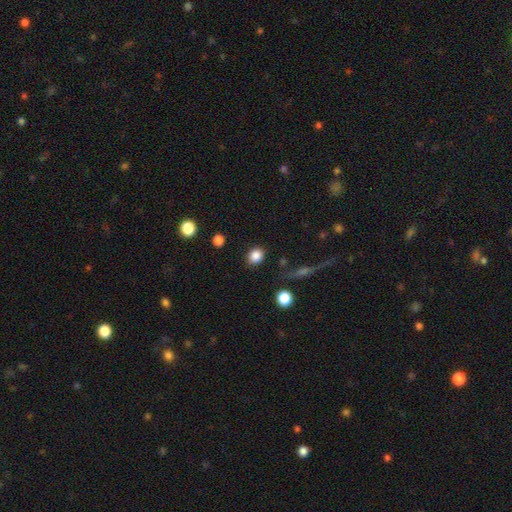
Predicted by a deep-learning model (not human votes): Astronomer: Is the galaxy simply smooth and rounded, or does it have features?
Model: smooth — 86%.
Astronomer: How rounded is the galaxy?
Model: round — 64%.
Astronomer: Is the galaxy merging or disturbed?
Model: none — 87%.